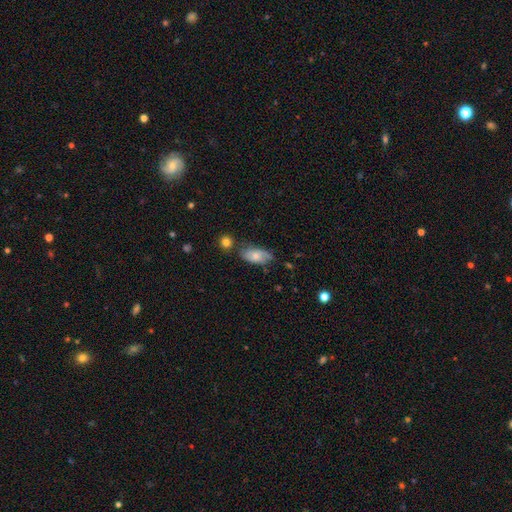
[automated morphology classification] Q: Smooth or featured?
A: smooth (64%); runner-up: featured or disk (29%)
Q: How rounded?
A: in between (90%); runner-up: cigar-shaped (5%)
Q: Merging?
A: none (57%); runner-up: minor disturbance (29%)